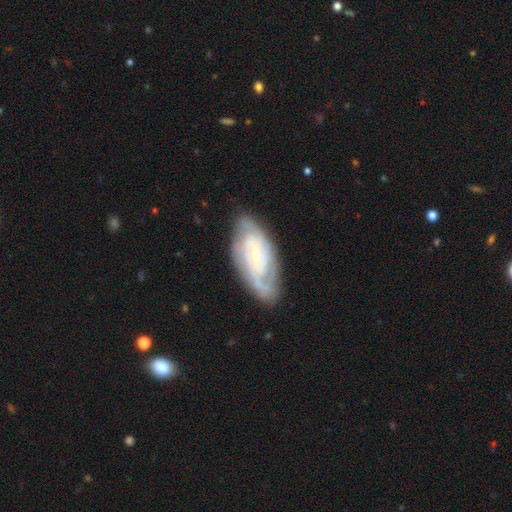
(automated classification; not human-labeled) The model was most divided on "spiral arm count": 2: 35%, can't tell: 31%, 3: 19%, 4: 7%, 1: 4%, more than 4: 4%. Remaining: spiral arms — yes (94%); edge-on disk — no (94%); smooth or featured — featured or disk (82%); bulge size — small (76%); merging — none (75%); spiral winding — tight (62%); bar — no (48%).